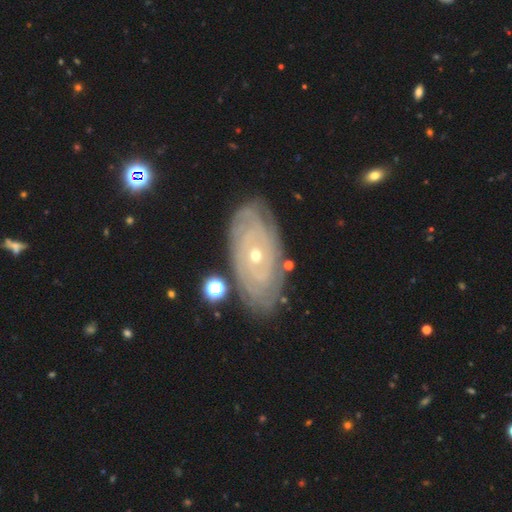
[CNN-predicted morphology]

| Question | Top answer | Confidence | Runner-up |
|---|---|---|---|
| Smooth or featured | featured or disk | 86% | smooth (9%) |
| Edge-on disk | no | 95% | yes (5%) |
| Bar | no | 83% | weak (13%) |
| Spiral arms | yes | 93% | no (7%) |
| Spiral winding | tight | 86% | medium (11%) |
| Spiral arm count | can't tell | 41% | 2 (15%) |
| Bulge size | small | 69% | moderate (28%) |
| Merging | none | 80% | minor disturbance (14%) |